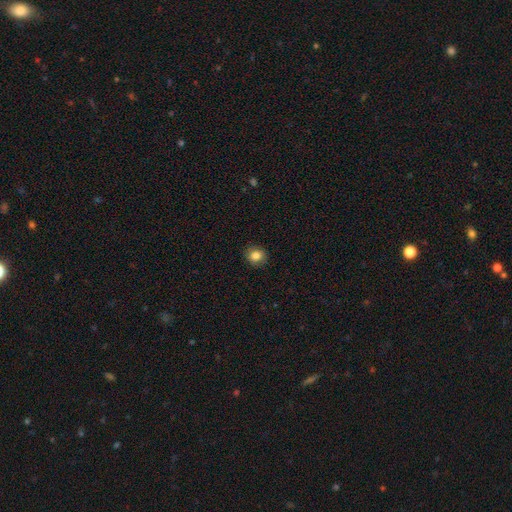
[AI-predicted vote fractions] The model was most divided on "how rounded": round: 74%, in between: 26%, cigar-shaped: 1%. More confident: merging — none (88%); smooth or featured — smooth (84%).